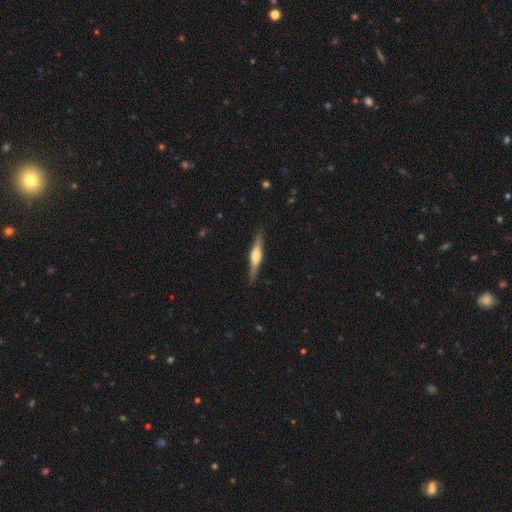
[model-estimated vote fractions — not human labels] Q: Smooth or featured?
A: featured or disk (71%); runner-up: smooth (23%)
Q: Edge-on disk?
A: yes (97%); runner-up: no (3%)
Q: Edge-on bulge?
A: rounded (79%); runner-up: boxy (17%)
Q: Merging?
A: none (88%); runner-up: minor disturbance (9%)